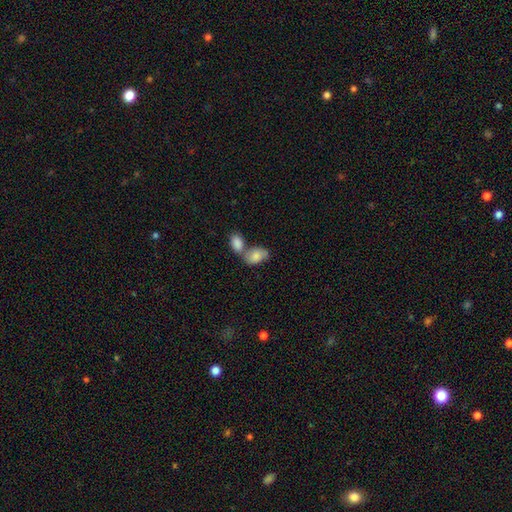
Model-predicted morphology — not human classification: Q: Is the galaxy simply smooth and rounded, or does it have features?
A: smooth — 76%.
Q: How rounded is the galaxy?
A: in between — 84%.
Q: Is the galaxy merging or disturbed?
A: merger — 57%.